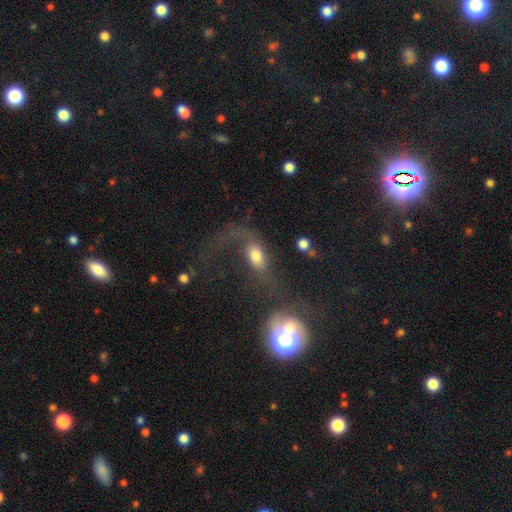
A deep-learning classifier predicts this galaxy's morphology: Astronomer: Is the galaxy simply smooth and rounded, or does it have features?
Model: smooth — 54% (runner-up: featured or disk, 35%).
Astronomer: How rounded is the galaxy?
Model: in between — 79%.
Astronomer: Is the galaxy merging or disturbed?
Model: major disturbance — 42% (runner-up: none, 30%).